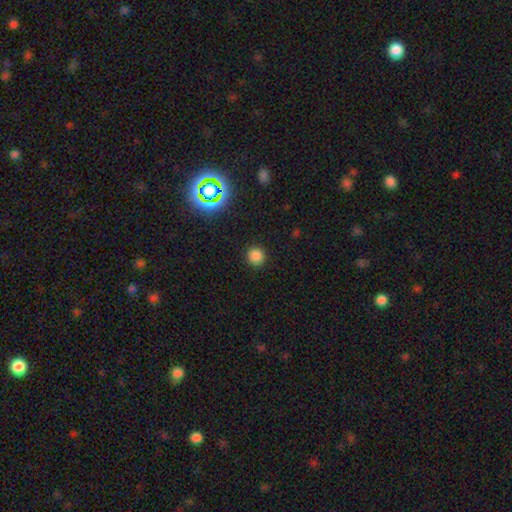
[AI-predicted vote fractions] Q: Smooth or featured?
A: smooth (80%); runner-up: star or artifact (16%)
Q: How rounded?
A: round (93%); runner-up: in between (6%)
Q: Merging?
A: none (90%); runner-up: minor disturbance (6%)